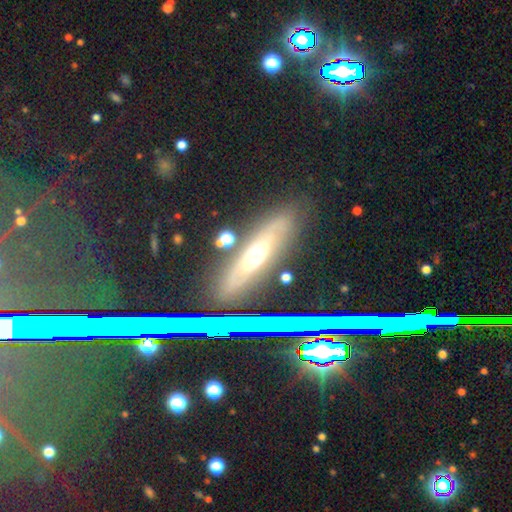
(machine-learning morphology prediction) Overall: featured or disk (43%; smooth 34%). Merging: none (82%).